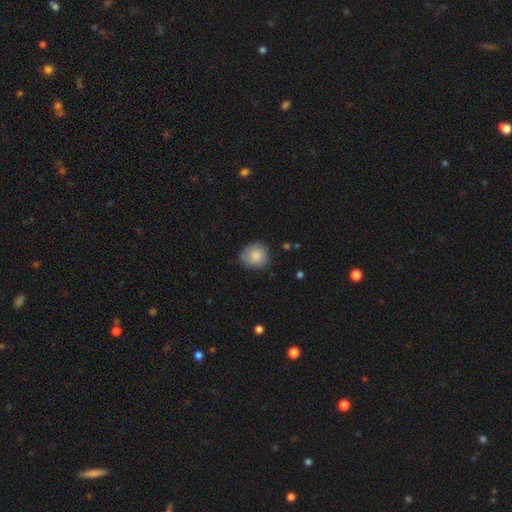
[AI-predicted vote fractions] Smooth or featured: smooth — 84% (featured or disk — 9%)
How rounded: round — 82% (in between — 17%)
Merging: none — 74% (minor disturbance — 21%)